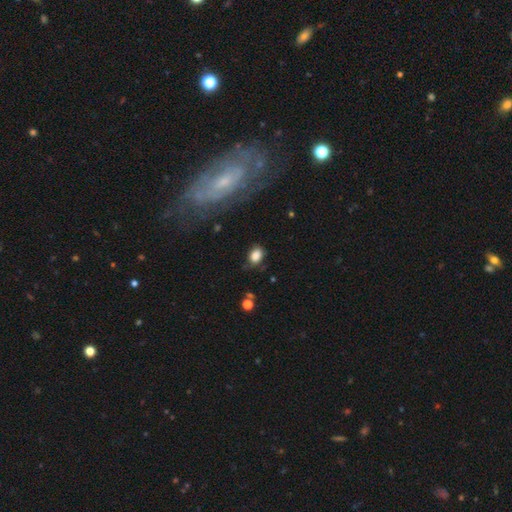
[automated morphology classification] type=smooth (83%); roundness=in between (71%); merging=none (65%).